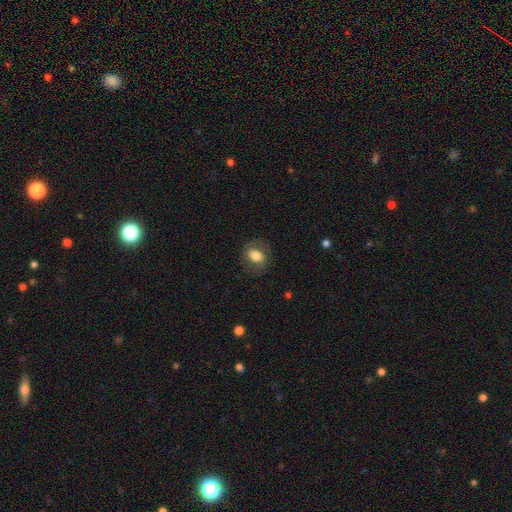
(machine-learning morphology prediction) This appears to be a smooth galaxy with no disk features (77%) that is in between round and cigar-shaped (70%). Merging: none (79%).